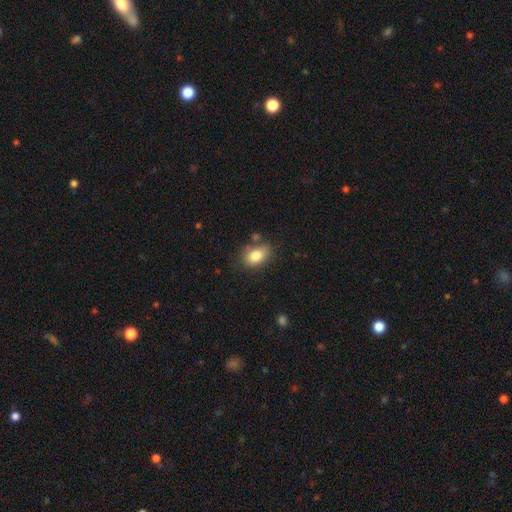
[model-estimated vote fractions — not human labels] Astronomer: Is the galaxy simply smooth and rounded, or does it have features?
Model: smooth — 83%.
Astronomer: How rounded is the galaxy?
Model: in between — 81%.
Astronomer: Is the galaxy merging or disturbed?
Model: none — 69%.